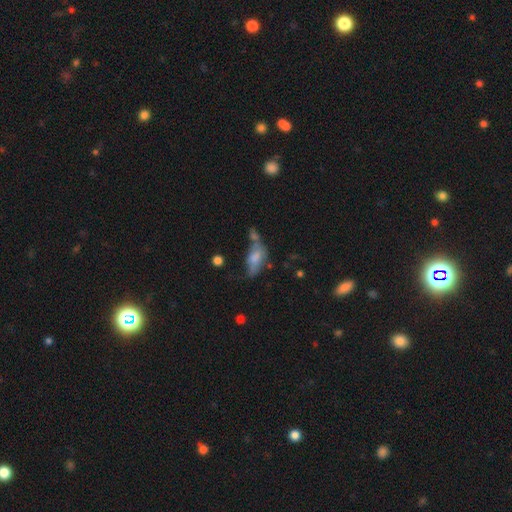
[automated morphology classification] smooth_or_featured: smooth (p=0.57) [alt: featured or disk p=0.32]
how_rounded: in between (p=0.76) [alt: cigar-shaped p=0.20]
merging: none (p=0.30) [alt: merger p=0.25]